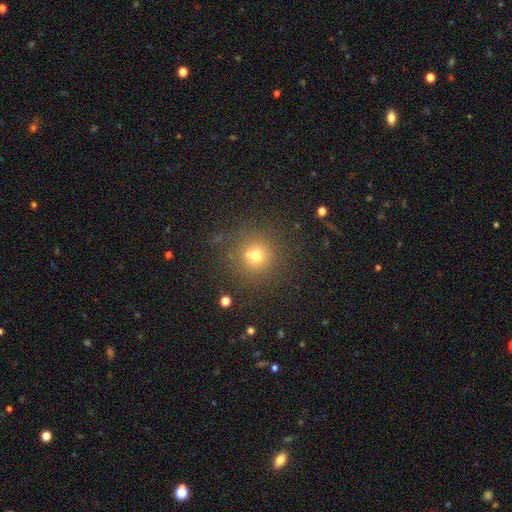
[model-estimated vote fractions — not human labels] This appears to be a smooth galaxy with no disk features (68%) that is round (93%). Merging: none (71%).